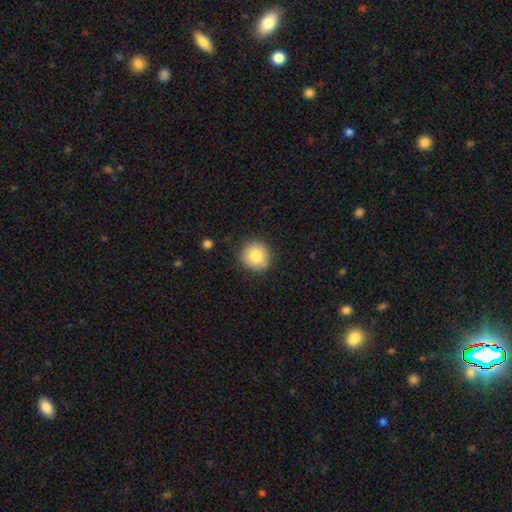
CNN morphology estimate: smooth 84%, featured or disk 8%, star or artifact 8%. Down the decision tree: how rounded — round (93%); merging — none (86%).